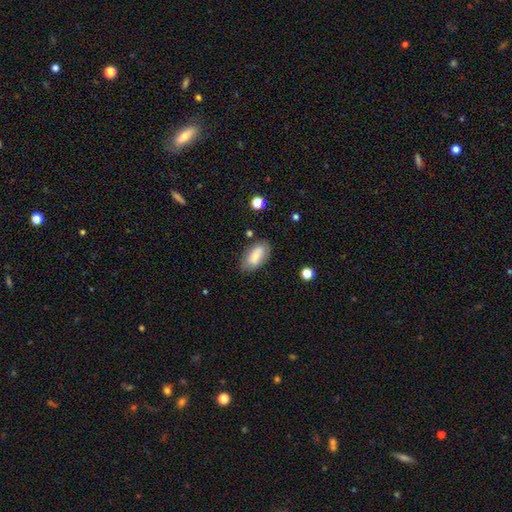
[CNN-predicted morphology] Smooth or featured: smooth — 74% (featured or disk — 18%)
How rounded: in between — 91% (cigar-shaped — 6%)
Merging: none — 78% (minor disturbance — 16%)